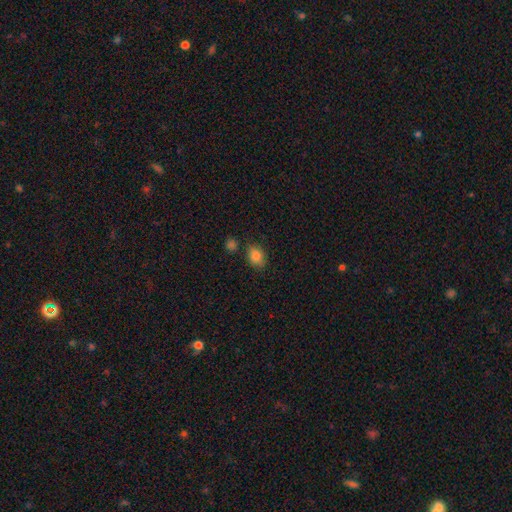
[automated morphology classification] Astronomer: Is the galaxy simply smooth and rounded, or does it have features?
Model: smooth — 84%.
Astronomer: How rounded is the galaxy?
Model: in between — 61% (runner-up: round, 38%).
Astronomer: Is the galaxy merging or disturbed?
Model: none — 75%.